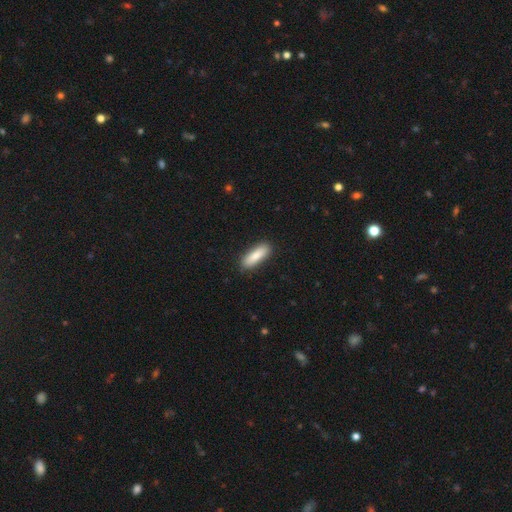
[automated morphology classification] smooth_or_featured: smooth (p=0.85) [alt: featured or disk p=0.10]
how_rounded: in between (p=0.53) [alt: cigar-shaped p=0.45]
merging: none (p=0.89) [alt: minor disturbance p=0.09]